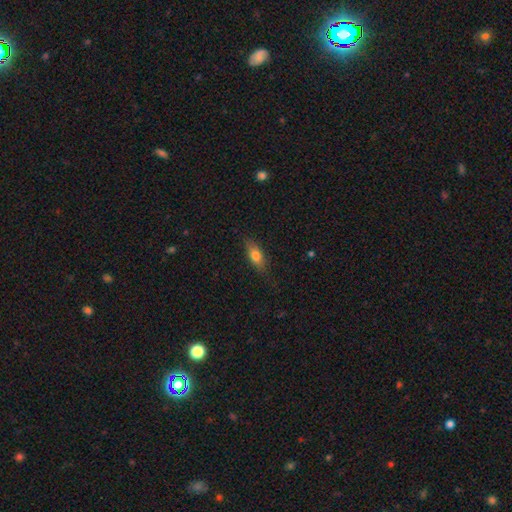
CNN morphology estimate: This is likely a smooth galaxy (73%). How rounded: likely in between (76%). Merging: likely none (78%).